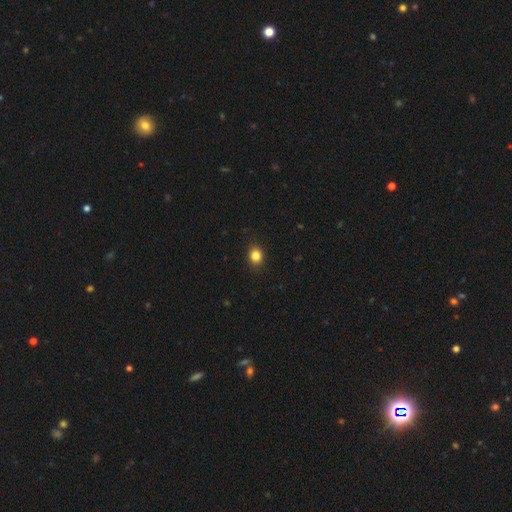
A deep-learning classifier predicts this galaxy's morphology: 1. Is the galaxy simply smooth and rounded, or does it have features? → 85% smooth, 11% star or artifact, 4% featured or disk.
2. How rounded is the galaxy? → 67% round, 32% in between, 1% cigar-shaped.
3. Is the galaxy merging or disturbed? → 89% none, 8% minor disturbance, 2% major disturbance, 1% merger.